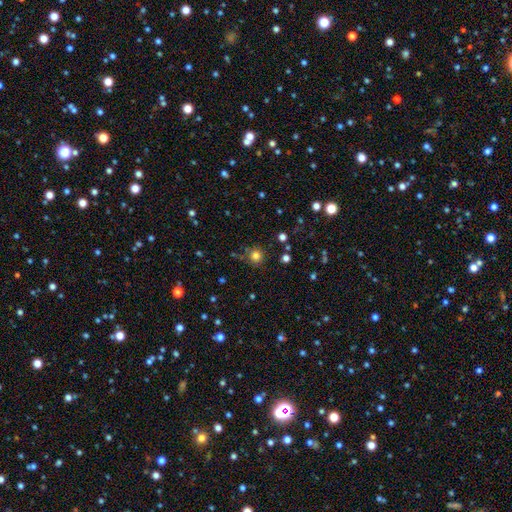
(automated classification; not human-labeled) smooth_or_featured: smooth (p=0.80) [alt: star or artifact p=0.15]
how_rounded: round (p=0.94) [alt: in between p=0.05]
merging: none (p=0.82) [alt: minor disturbance p=0.10]